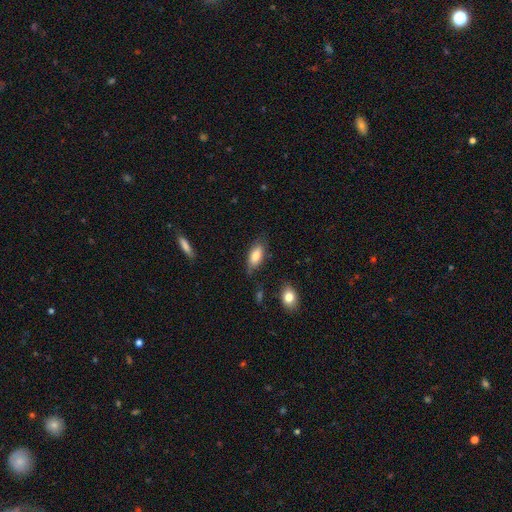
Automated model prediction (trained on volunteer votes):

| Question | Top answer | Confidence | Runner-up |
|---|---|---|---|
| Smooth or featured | smooth | 81% | featured or disk (12%) |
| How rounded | in between | 84% | cigar-shaped (13%) |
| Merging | none | 71% | minor disturbance (22%) |